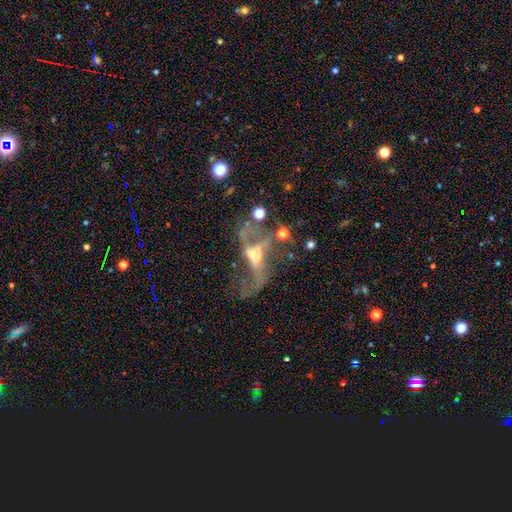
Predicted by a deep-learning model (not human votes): Smooth or featured? featured or disk (74%)
Edge-on disk? no (91%)
Bar? no (45%)
Spiral arms? yes (71%)
Bulge size? moderate (40%)
Merging? major disturbance (39%)